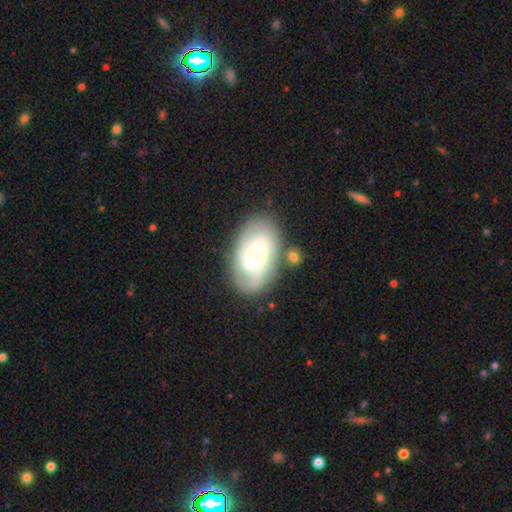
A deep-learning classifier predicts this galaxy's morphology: Overall: featured or disk (68%). Edge-on disk: no (95%). Bar: weak (52%; strong 25%). Spiral arms: yes (84%). Spiral arm count: 2 (54%; can't tell 26%). Spiral winding: tight (49%; medium 37%). Bulge size: moderate (53%; small 33%). Merging: none (74%).